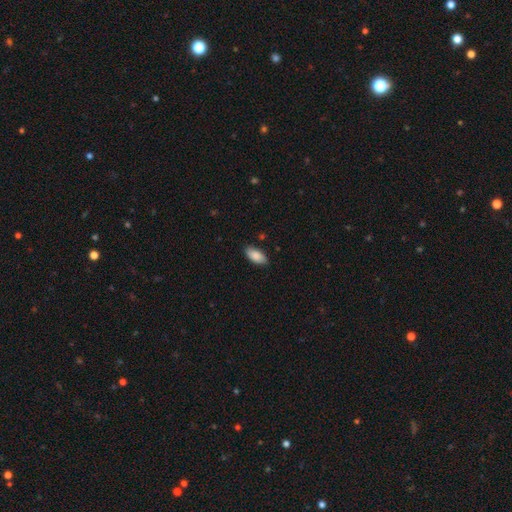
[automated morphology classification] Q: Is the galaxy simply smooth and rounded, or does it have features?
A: smooth — 87%.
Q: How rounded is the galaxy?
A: in between — 92%.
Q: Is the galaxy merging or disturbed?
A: none — 86%.